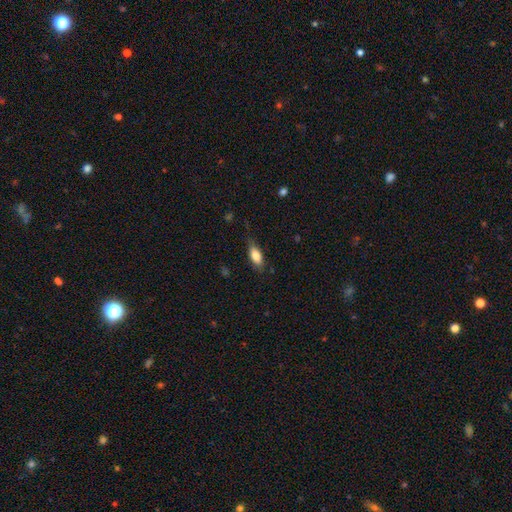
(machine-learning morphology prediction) smooth 80%, featured or disk 13%, star or artifact 7%. Down the decision tree: how rounded — in between (80%); merging — none (71%).